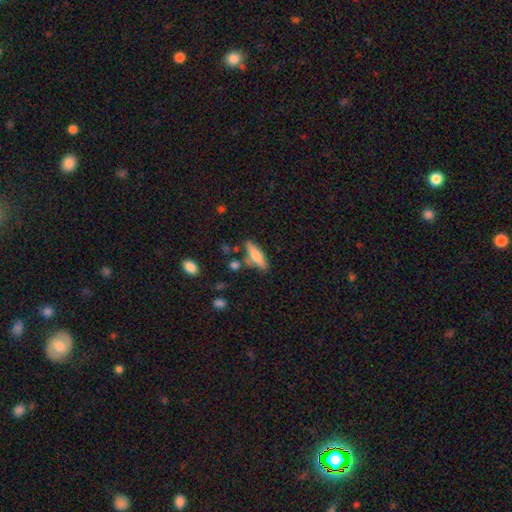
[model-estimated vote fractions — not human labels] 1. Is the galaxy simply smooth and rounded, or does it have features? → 63% smooth, 30% featured or disk, 7% star or artifact.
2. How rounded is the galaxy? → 55% cigar-shaped, 43% in between, 3% round.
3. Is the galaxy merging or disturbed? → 69% none, 16% minor disturbance, 10% merger, 5% major disturbance.